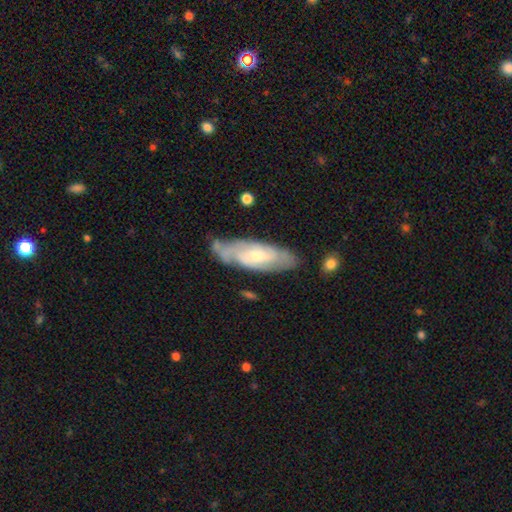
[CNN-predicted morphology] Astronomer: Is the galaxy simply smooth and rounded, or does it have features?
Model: featured or disk — 69%.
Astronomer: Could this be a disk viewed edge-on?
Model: no — 84%.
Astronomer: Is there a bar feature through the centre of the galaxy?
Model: no — 60%.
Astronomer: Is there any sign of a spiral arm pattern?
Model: yes — 86%.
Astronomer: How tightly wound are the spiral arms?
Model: tight — 54% (runner-up: medium, 35%).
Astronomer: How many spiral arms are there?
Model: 2 — 42% (runner-up: can't tell, 39%).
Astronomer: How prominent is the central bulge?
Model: small — 54% (runner-up: moderate, 41%).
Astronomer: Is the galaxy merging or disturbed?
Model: none — 67%.